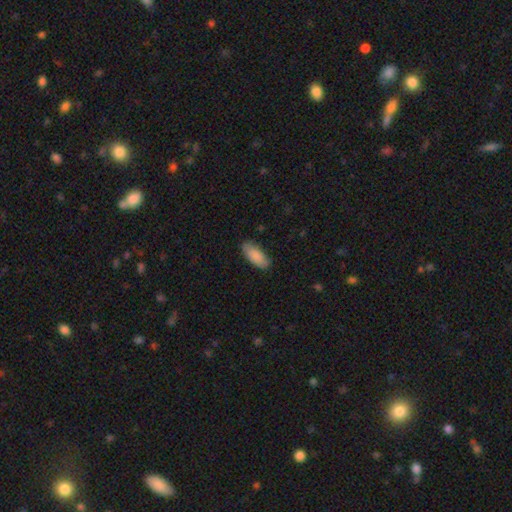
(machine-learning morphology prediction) A smooth galaxy with no disk features (87%) that is in between round and cigar-shaped (88%).

Vote fractions:
- Smooth or featured? smooth: 87% / featured or disk: 8% / star or artifact: 6%
- How rounded? in between: 88% / cigar-shaped: 11% / round: 2%
- Merging? none: 79% / minor disturbance: 17% / major disturbance: 3% / merger: 1%